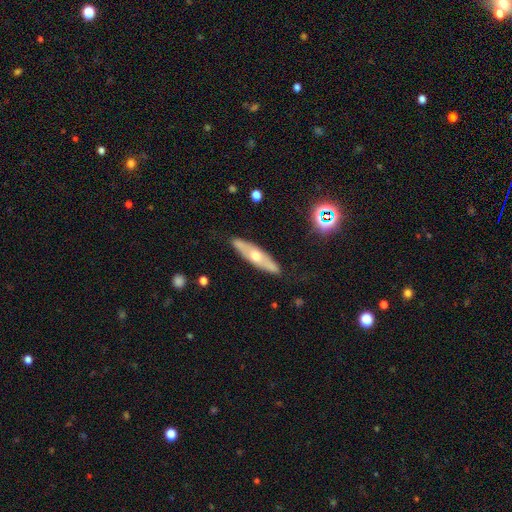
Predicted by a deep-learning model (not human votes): featured or disk 52%, smooth 41%, star or artifact 7%. Down the decision tree: edge-on disk — yes (62%); merging — none (85%).